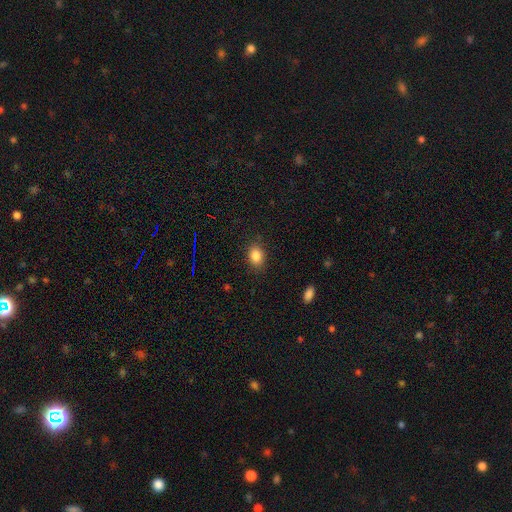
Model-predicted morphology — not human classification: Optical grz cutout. It shows a smooth galaxy with no disk features (85%) that is in between round and cigar-shaped (65%). Merging: none (85%).